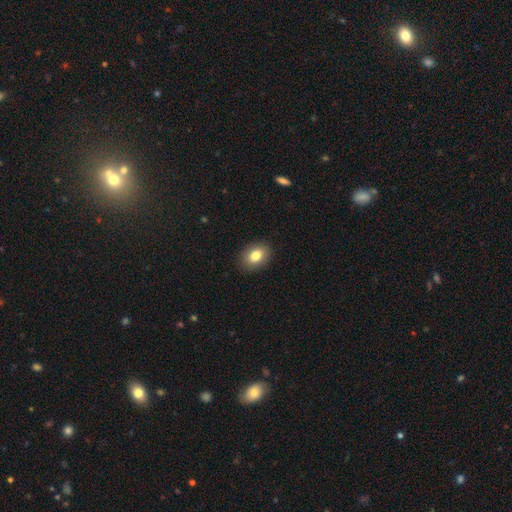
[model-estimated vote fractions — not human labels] A smooth galaxy with no disk features (81%) that is in between round and cigar-shaped (75%). Merging: none (89%).